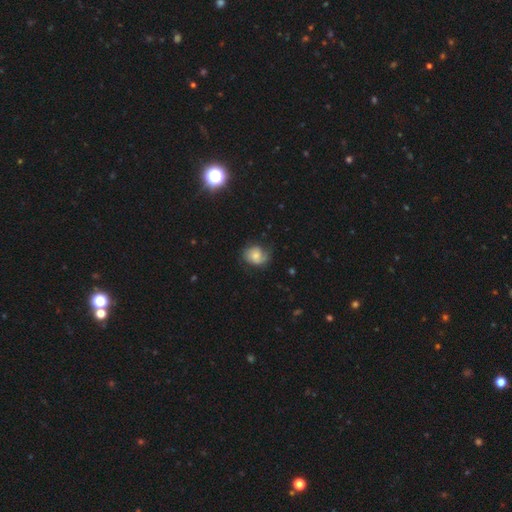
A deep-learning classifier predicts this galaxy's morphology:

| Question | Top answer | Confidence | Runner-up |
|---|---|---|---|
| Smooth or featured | featured or disk | 46% | smooth (45%) |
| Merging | none | 64% | minor disturbance (24%) |